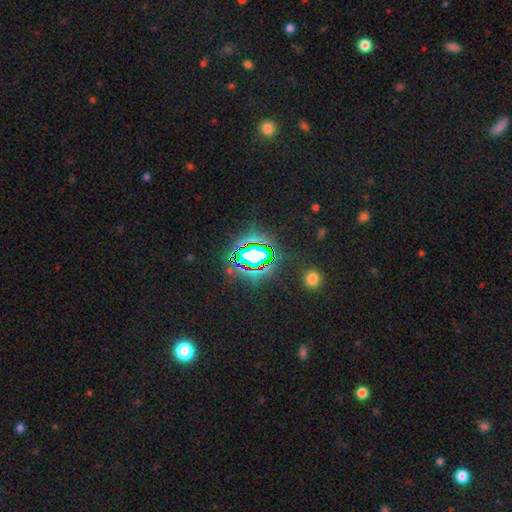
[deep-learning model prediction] This is likely a star or artifact rather than a galaxy (76%).